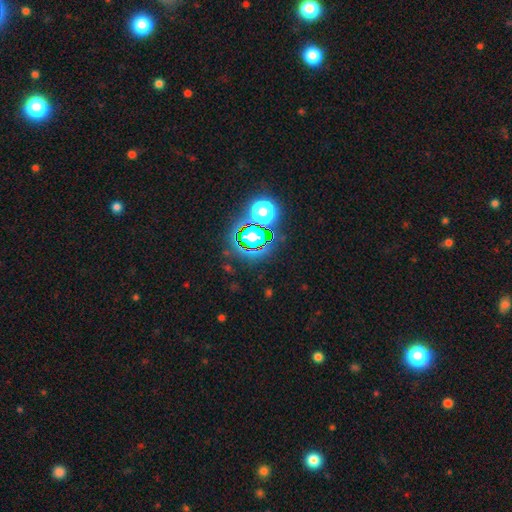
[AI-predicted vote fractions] A star or artifact, not a galaxy (78%).

Vote fractions:
- Smooth or featured? star or artifact: 78% / smooth: 14% / featured or disk: 9%